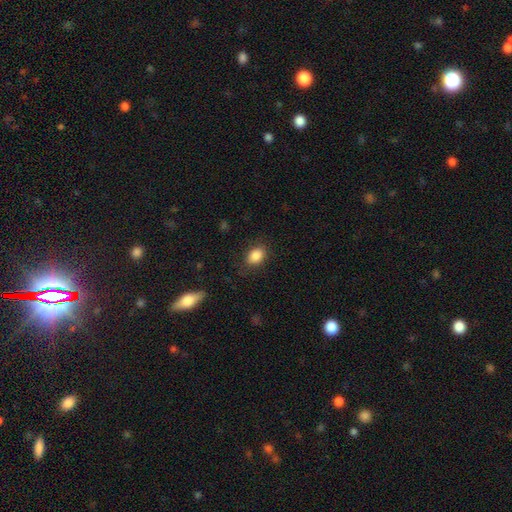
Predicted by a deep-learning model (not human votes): Morphology: type=smooth (86%); roundness=in between (73%); merging=none (81%).